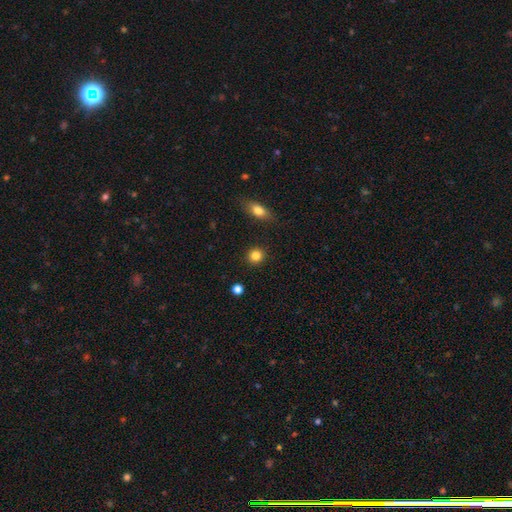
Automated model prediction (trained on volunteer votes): Smooth or featured?
  - smooth: 84% *
  - star or artifact: 11%
  - featured or disk: 5%
How rounded?
  - round: 91% *
  - in between: 8%
  - cigar-shaped: 1%
Merging?
  - none: 91% *
  - minor disturbance: 5%
  - major disturbance: 2%
  - merger: 2%